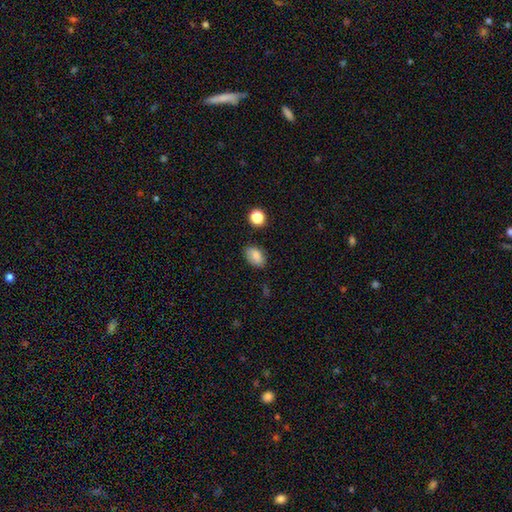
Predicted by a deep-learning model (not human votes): smooth 83%, star or artifact 9%, featured or disk 8%. Down the decision tree: how rounded — in between (87%); merging — none (83%).